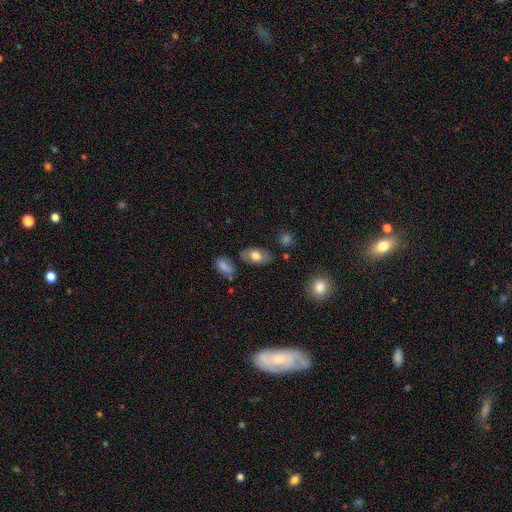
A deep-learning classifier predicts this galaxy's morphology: Overall: smooth (72%). How rounded: in between (92%). Merging: none (80%).